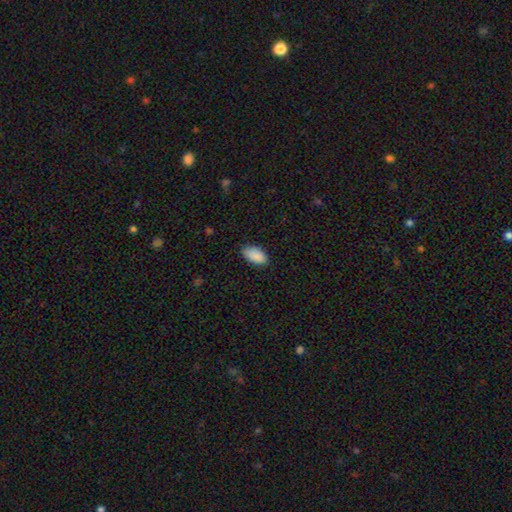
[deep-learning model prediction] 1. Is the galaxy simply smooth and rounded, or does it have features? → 90% smooth, 7% star or artifact, 3% featured or disk.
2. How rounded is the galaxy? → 95% in between, 3% round, 2% cigar-shaped.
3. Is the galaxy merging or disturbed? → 82% none, 14% minor disturbance, 2% major disturbance, 1% merger.